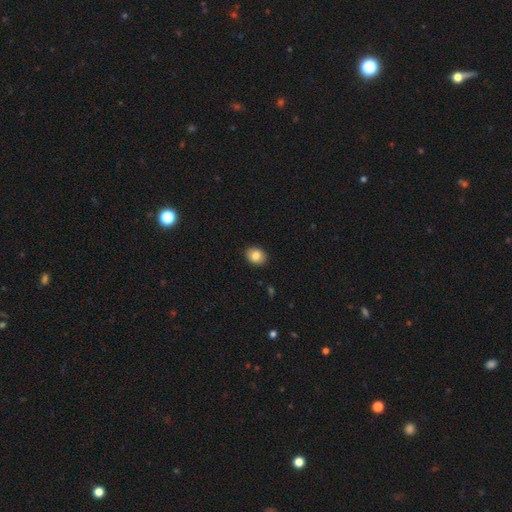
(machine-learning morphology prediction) A smooth galaxy with no disk features (84%) that is in between round and cigar-shaped (51%). Merging: none (91%).